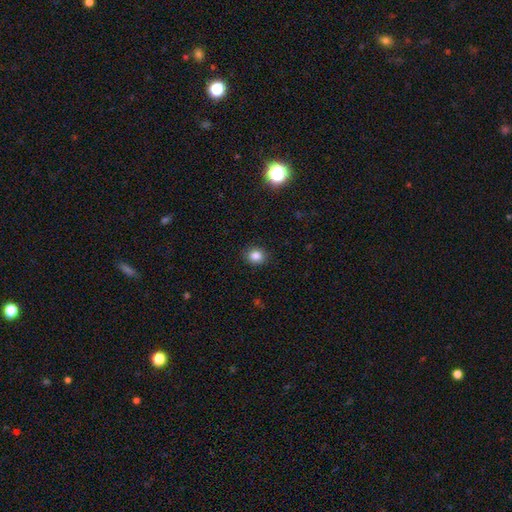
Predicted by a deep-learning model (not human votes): The model was most divided on "how rounded": round: 65%, in between: 34%, cigar-shaped: 1%. More confident: merging — none (89%); smooth or featured — smooth (85%).